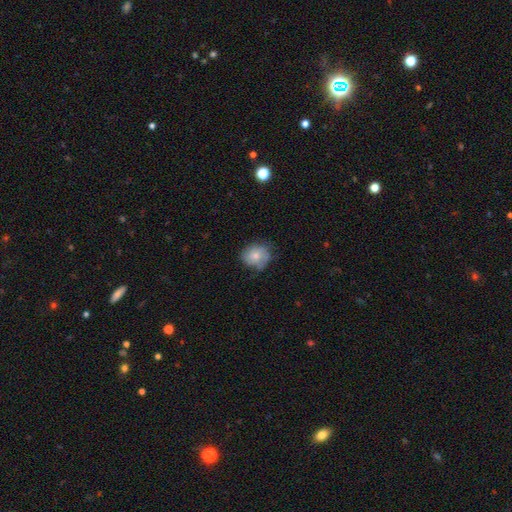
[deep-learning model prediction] Smooth or featured? Predicted: smooth (p=0.65). How rounded? Predicted: round (p=0.75). Merging? Predicted: none (p=0.62).